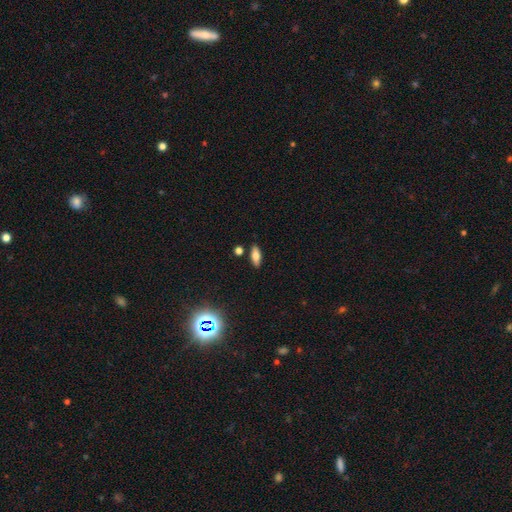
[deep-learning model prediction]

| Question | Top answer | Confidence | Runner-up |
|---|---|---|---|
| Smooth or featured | smooth | 71% | featured or disk (19%) |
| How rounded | in between | 76% | cigar-shaped (21%) |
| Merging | none | 86% | minor disturbance (9%) |